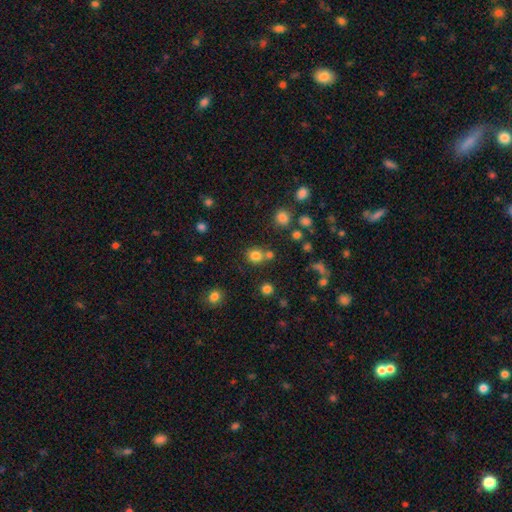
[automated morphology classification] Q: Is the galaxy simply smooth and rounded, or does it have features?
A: smooth — 79%.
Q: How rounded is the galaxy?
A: round — 85%.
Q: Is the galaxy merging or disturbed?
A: none — 70%.